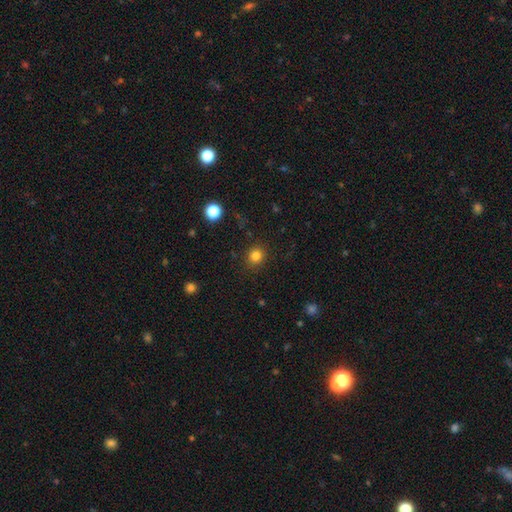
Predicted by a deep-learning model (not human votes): Overall: smooth (82%). How rounded: round (85%). Merging: none (88%).